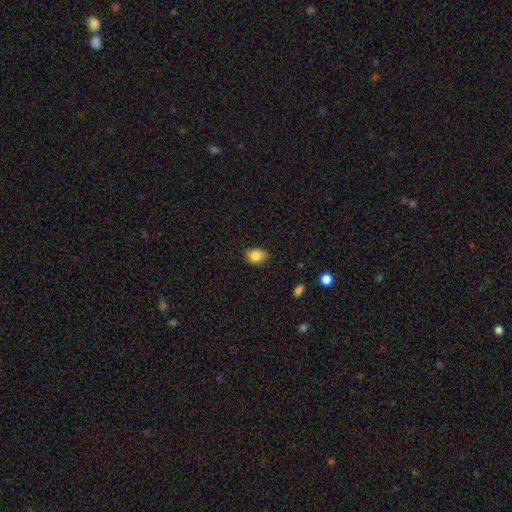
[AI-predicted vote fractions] smooth 85%, star or artifact 9%, featured or disk 7%. Down the decision tree: how rounded — in between (67%); merging — none (82%).